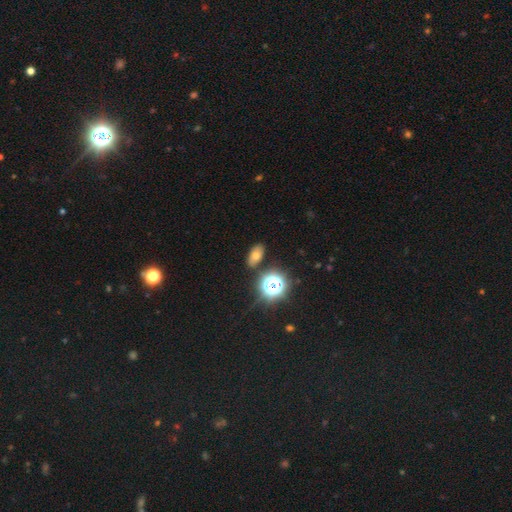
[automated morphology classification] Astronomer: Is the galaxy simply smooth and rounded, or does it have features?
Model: smooth — 58%.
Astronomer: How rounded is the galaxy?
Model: in between — 82%.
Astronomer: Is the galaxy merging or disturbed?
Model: none — 83%.